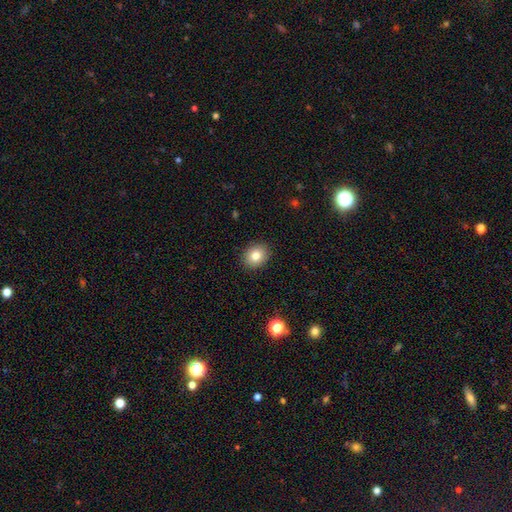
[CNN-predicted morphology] A smooth galaxy with no disk features (82%) that is round (61%).

Vote fractions:
- Smooth or featured? smooth: 82% / star or artifact: 10% / featured or disk: 8%
- How rounded? round: 61% / in between: 38% / cigar-shaped: 1%
- Merging? none: 90% / minor disturbance: 7% / major disturbance: 2% / merger: 1%